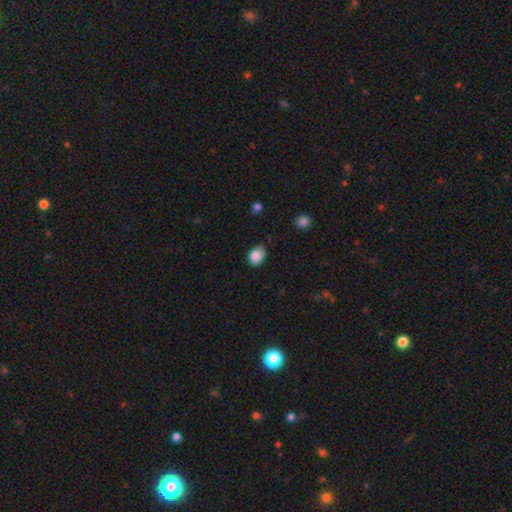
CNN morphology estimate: smooth-or-featured: smooth: 87% | star or artifact: 8% | featured or disk: 5%
  how-rounded: in between: 67% | round: 32% | cigar-shaped: 1%
  merging: none: 69% | minor disturbance: 26% | major disturbance: 4% | merger: 1%